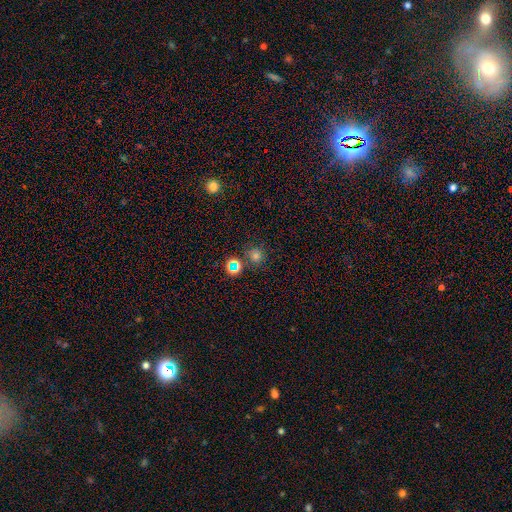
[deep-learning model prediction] Smooth or featured? Predicted: smooth (p=0.68). How rounded? Predicted: round (p=0.92). Merging? Predicted: none (p=0.78).